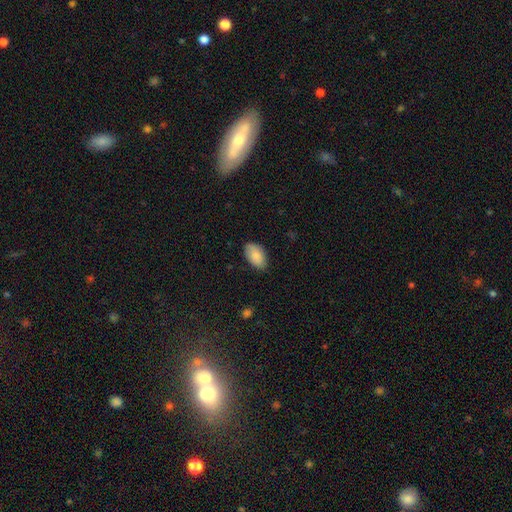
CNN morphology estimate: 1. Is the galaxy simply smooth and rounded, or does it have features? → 85% smooth, 9% featured or disk, 6% star or artifact.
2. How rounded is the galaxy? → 94% in between, 4% round, 1% cigar-shaped.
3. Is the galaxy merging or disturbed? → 82% none, 15% minor disturbance, 3% major disturbance, 1% merger.